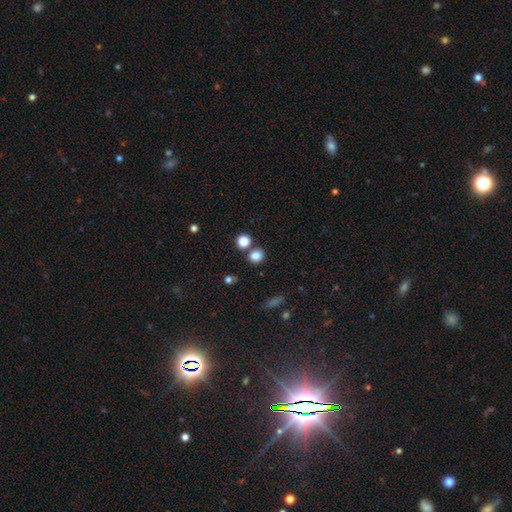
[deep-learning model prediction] smooth 82%, star or artifact 13%, featured or disk 5%. Down the decision tree: how rounded — round (72%); merging — none (74%).